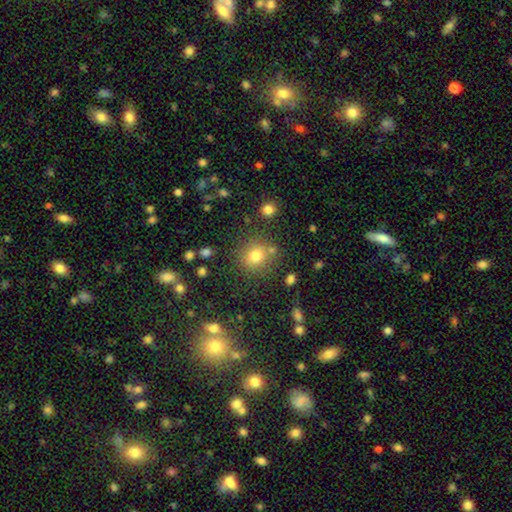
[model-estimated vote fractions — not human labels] A smooth galaxy with no disk features (77%) that is round (87%).

Vote fractions:
- Smooth or featured? smooth: 77% / star or artifact: 15% / featured or disk: 8%
- How rounded? round: 87% / in between: 12% / cigar-shaped: 1%
- Merging? none: 77% / minor disturbance: 10% / merger: 9% / major disturbance: 4%